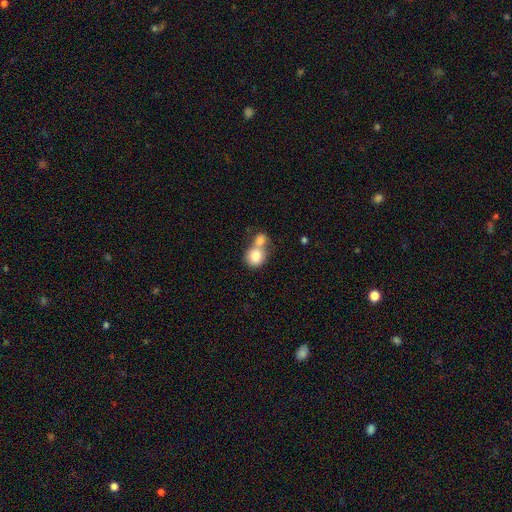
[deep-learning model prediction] A smooth galaxy with no disk features (80%) that is round (73%).

Vote fractions:
- Smooth or featured? smooth: 80% / featured or disk: 12% / star or artifact: 8%
- How rounded? round: 73% / in between: 26% / cigar-shaped: 1%
- Merging? merger: 63% / none: 27% / minor disturbance: 7% / major disturbance: 3%